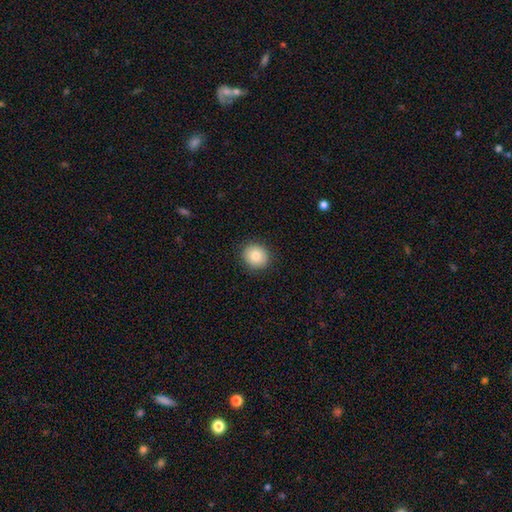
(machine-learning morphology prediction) Q: Smooth or featured?
A: smooth (83%); runner-up: star or artifact (9%)
Q: How rounded?
A: round (83%); runner-up: in between (16%)
Q: Merging?
A: none (90%); runner-up: minor disturbance (7%)